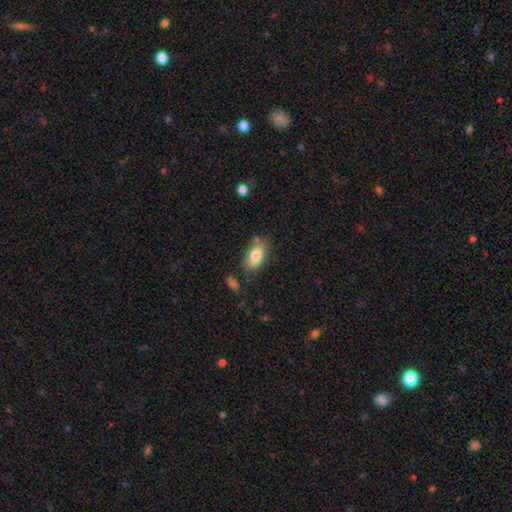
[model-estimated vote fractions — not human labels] smooth-or-featured: smooth: 80% | featured or disk: 13% | star or artifact: 7%
  how-rounded: in between: 90% | cigar-shaped: 6% | round: 4%
  merging: none: 74% | minor disturbance: 17% | merger: 5% | major disturbance: 4%